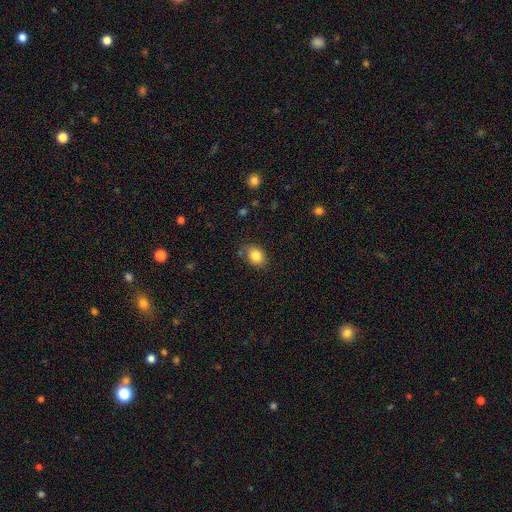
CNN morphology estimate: smooth-or-featured: smooth: 84% | star or artifact: 9% | featured or disk: 7%
  how-rounded: in between: 60% | round: 39% | cigar-shaped: 1%
  merging: none: 73% | minor disturbance: 20% | major disturbance: 5% | merger: 3%